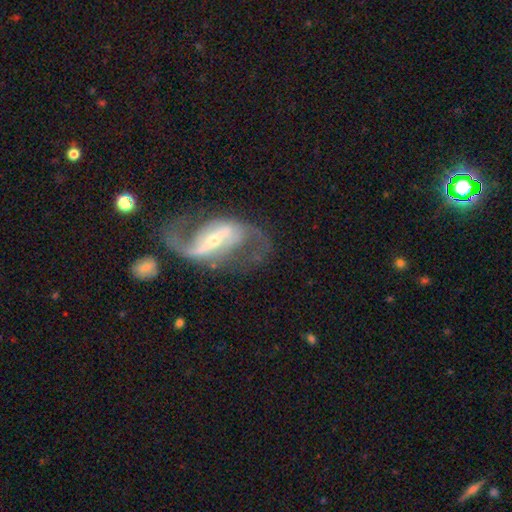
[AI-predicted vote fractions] smooth-or-featured: featured or disk: 88% | star or artifact: 6% | smooth: 5%
  disk-edge-on: no: 95% | yes: 5%
    bar: strong: 60% | weak: 29% | no: 11%
    has-spiral-arms: yes: 95% | no: 5%
      spiral-winding: loose: 46% | medium: 42% | tight: 13%
      spiral-arm-count: 2: 91% | can't tell: 3% | 1: 2% | 3: 1% | 4: 1% | more than 4: 1%
    bulge-size: small: 64% | moderate: 30% | large: 3% | none: 2% | dominant: 1%
  merging: none: 65% | major disturbance: 15% | minor disturbance: 15% | merger: 5%